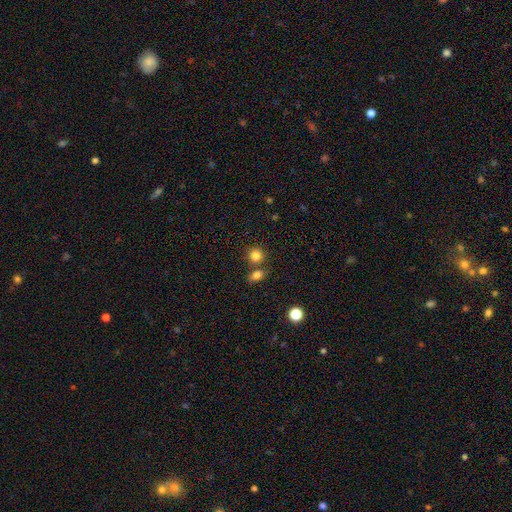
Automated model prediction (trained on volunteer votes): smooth_or_featured: smooth (p=0.83) [alt: star or artifact p=0.12]
how_rounded: round (p=0.83) [alt: in between p=0.15]
merging: none (p=0.66) [alt: merger p=0.23]